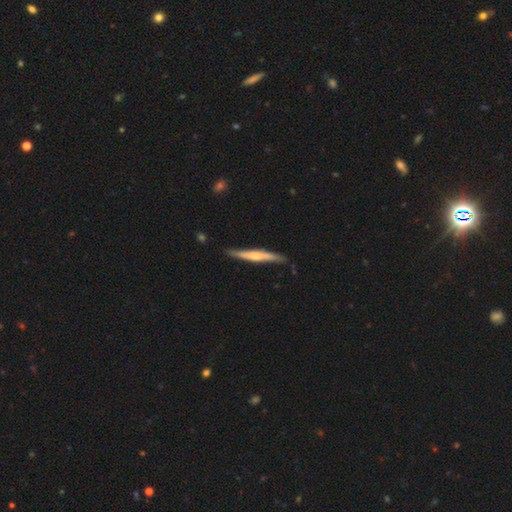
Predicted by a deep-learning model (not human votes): Morphology: type=featured or disk (54%); edge-on=yes (95%); edge-on bulge=rounded (54%); merging=none (83%).